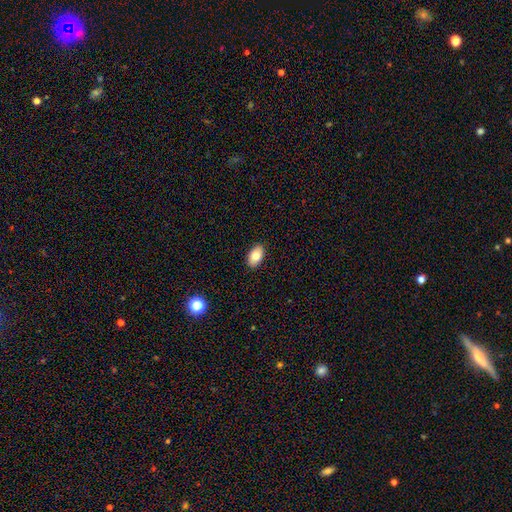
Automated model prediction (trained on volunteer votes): A smooth galaxy with no disk features (79%) that is in between round and cigar-shaped (92%). Merging: none (90%).